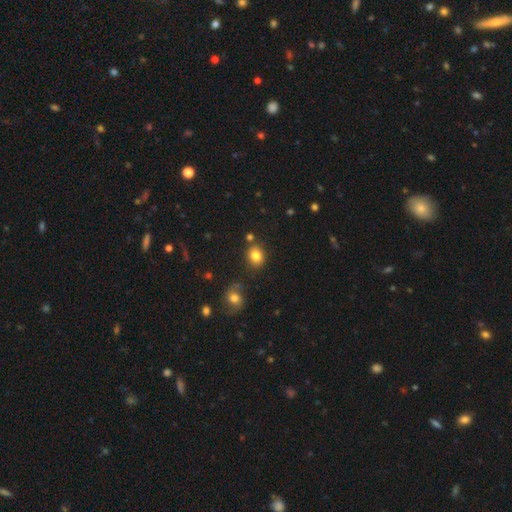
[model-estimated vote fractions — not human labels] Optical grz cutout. It shows a smooth galaxy with no disk features (82%) that is round (54%). Merging: none (77%).